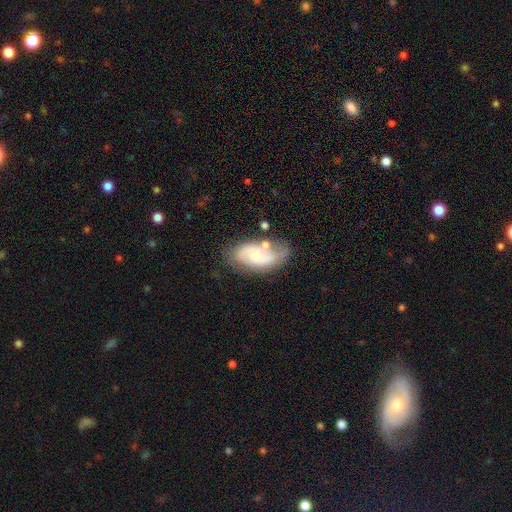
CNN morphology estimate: Smooth or featured? featured or disk (63%)
Edge-on disk? no (95%)
Bar? no (67%)
Spiral arms? yes (80%)
Bulge size? small (54%)
Merging? none (55%)